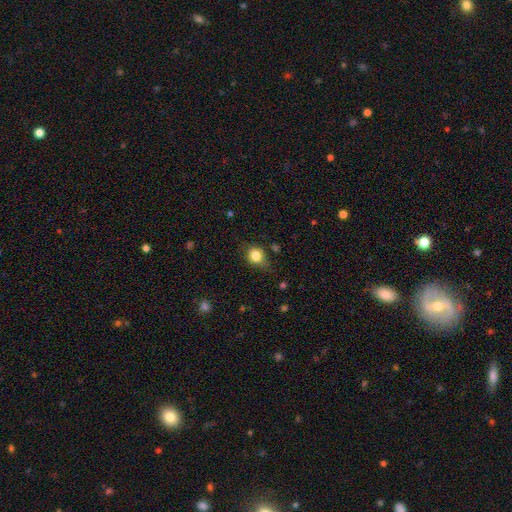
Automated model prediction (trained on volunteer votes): A smooth galaxy with no disk features (81%) that is round (65%).

Vote fractions:
- Smooth or featured? smooth: 81% / star or artifact: 10% / featured or disk: 9%
- How rounded? round: 65% / in between: 34% / cigar-shaped: 1%
- Merging? none: 65% / minor disturbance: 26% / major disturbance: 7% / merger: 2%